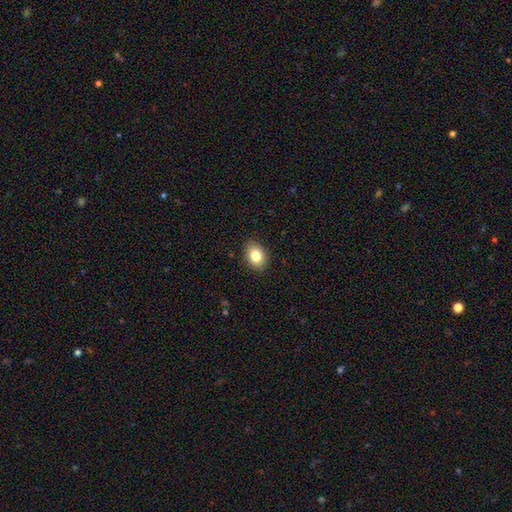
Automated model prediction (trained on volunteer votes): Smooth or featured: smooth — 84% (star or artifact — 9%)
How rounded: in between — 71% (round — 28%)
Merging: none — 89% (minor disturbance — 8%)